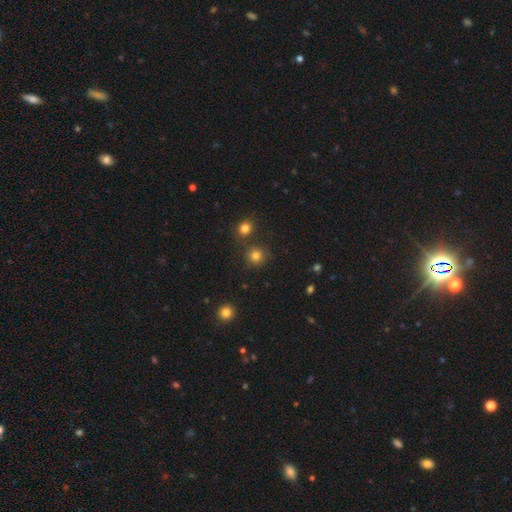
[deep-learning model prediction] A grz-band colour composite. It shows a smooth galaxy with no disk features (80%) that is round (91%). Merging: none (80%).